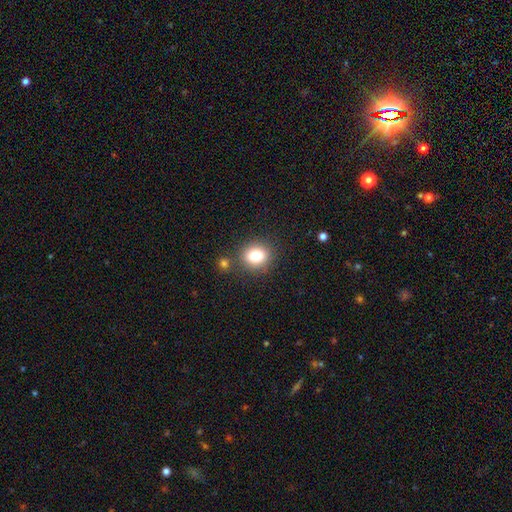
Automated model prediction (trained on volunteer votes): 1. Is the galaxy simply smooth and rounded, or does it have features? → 81% smooth, 11% star or artifact, 8% featured or disk.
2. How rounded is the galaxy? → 66% round, 33% in between, 1% cigar-shaped.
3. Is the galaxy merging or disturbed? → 79% none, 10% minor disturbance, 8% merger, 3% major disturbance.